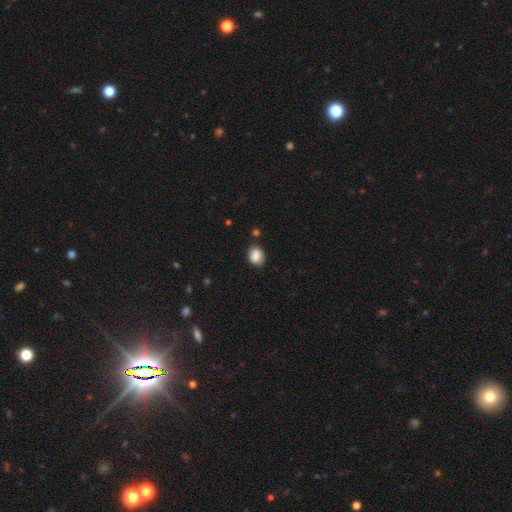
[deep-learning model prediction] Smooth or featured? smooth (87%)
How rounded? in between (60%)
Merging? none (80%)